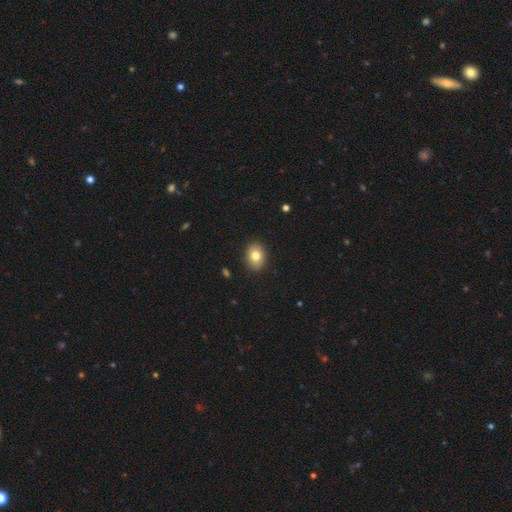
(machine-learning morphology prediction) Q: Smooth or featured?
A: smooth (81%); runner-up: featured or disk (10%)
Q: How rounded?
A: in between (70%); runner-up: round (29%)
Q: Merging?
A: none (90%); runner-up: minor disturbance (7%)